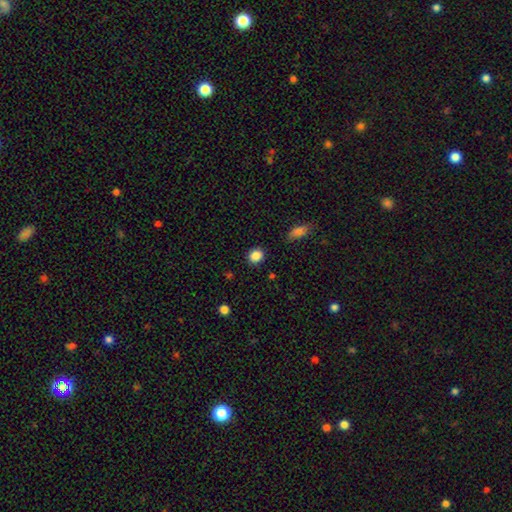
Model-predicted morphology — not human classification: Smooth or featured: smooth — 87% (star or artifact — 10%)
How rounded: round — 78% (in between — 21%)
Merging: none — 88% (minor disturbance — 8%)